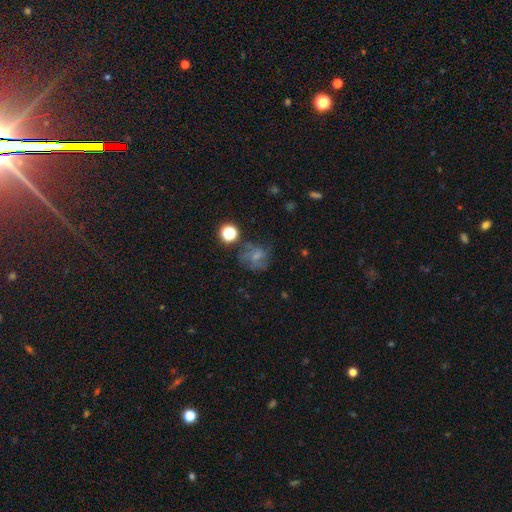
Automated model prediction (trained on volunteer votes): Morphology: type=smooth (51%); roundness=round (66%); merging=none (52%).